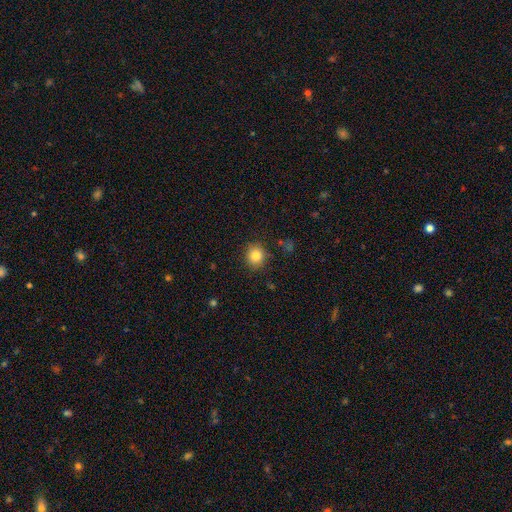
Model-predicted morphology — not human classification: Smooth or featured?
  - smooth: 83% *
  - star or artifact: 11%
  - featured or disk: 6%
How rounded?
  - round: 85% *
  - in between: 14%
  - cigar-shaped: 1%
Merging?
  - none: 87% *
  - minor disturbance: 9%
  - major disturbance: 3%
  - merger: 1%